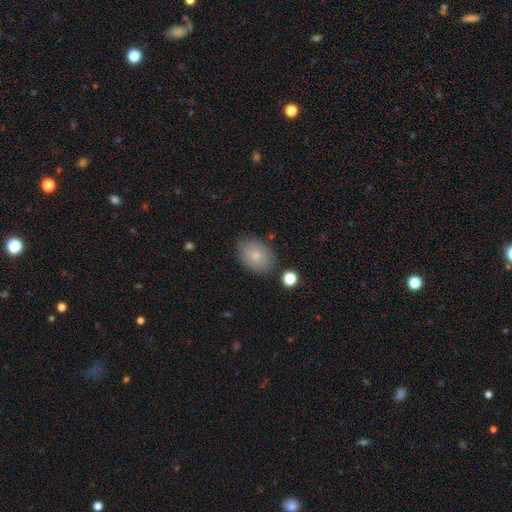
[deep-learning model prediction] Smooth or featured? Predicted: smooth (p=0.78). How rounded? Predicted: in between (p=0.71). Merging? Predicted: none (p=0.79).